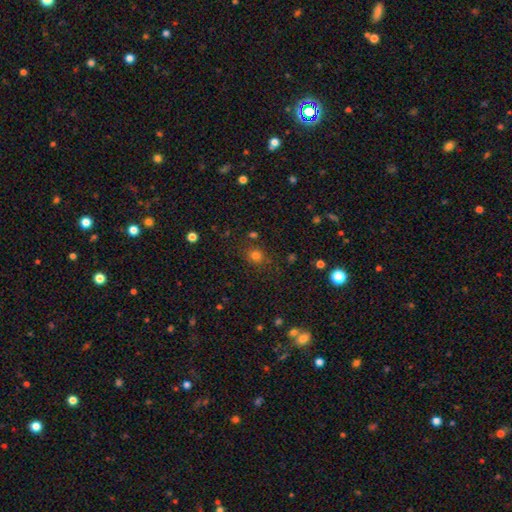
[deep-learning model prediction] smooth-or-featured: smooth: 76% | star or artifact: 18% | featured or disk: 6%
  how-rounded: round: 78% | in between: 21% | cigar-shaped: 1%
  merging: none: 79% | minor disturbance: 12% | major disturbance: 5% | merger: 4%